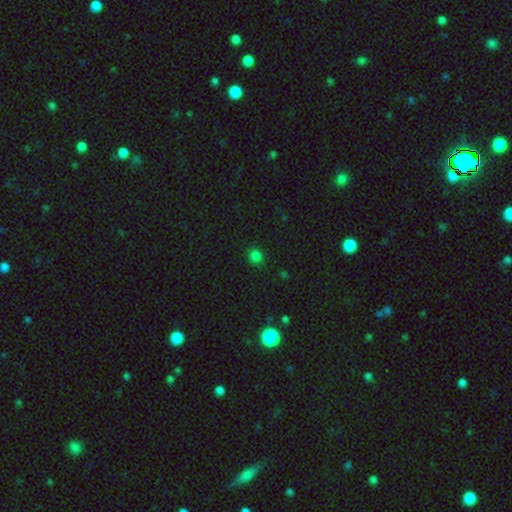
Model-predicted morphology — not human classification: smooth 78%, star or artifact 19%, featured or disk 3%. Down the decision tree: how rounded — round (83%); merging — none (85%).